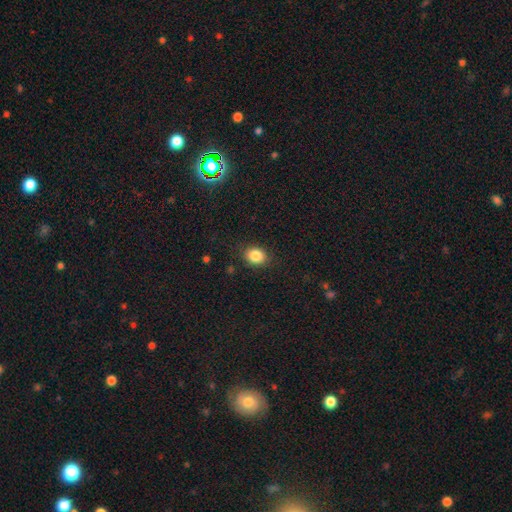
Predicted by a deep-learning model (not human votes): smooth-or-featured: smooth: 85% | star or artifact: 10% | featured or disk: 5%
  how-rounded: round: 53% | in between: 46% | cigar-shaped: 1%
  merging: none: 85% | minor disturbance: 11% | major disturbance: 3% | merger: 1%